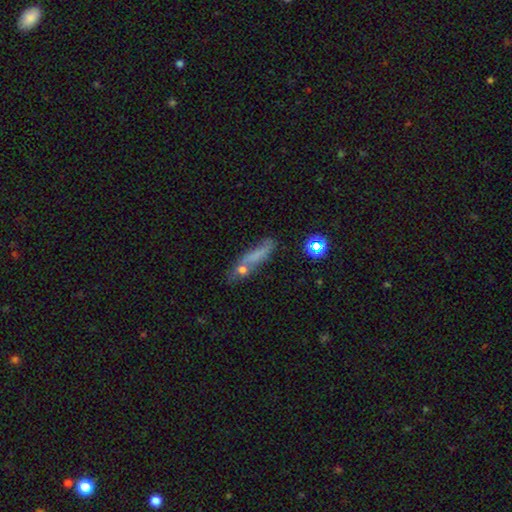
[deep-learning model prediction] The model was most divided on "merging": none: 53%, minor disturbance: 21%, merger: 14%, major disturbance: 11%. More confident: how rounded — cigar-shaped (74%); smooth or featured — smooth (60%).